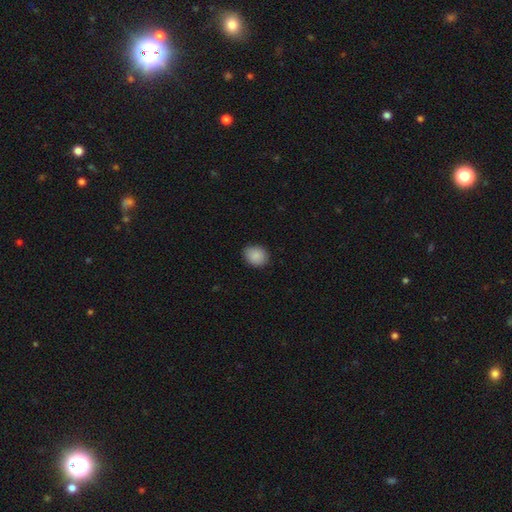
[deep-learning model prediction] The model was most divided on "how rounded": round: 56%, in between: 44%, cigar-shaped: 1%. More confident: smooth or featured — smooth (89%); merging — none (86%).